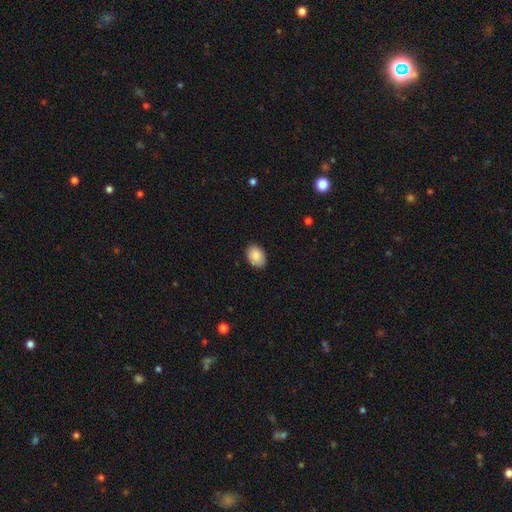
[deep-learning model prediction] Smooth or featured?
  - smooth: 88% *
  - star or artifact: 7%
  - featured or disk: 5%
How rounded?
  - in between: 82% *
  - round: 17%
  - cigar-shaped: 1%
Merging?
  - none: 88% *
  - minor disturbance: 9%
  - major disturbance: 2%
  - merger: 1%